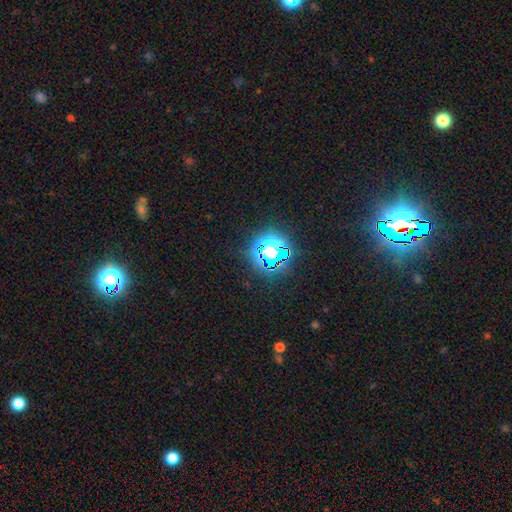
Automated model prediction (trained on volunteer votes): A star or artifact, not a galaxy (81%).